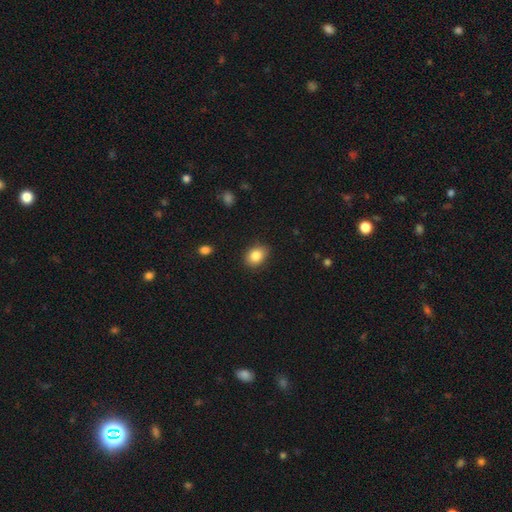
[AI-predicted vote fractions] This appears to be a smooth galaxy with no disk features (85%) that is in between round and cigar-shaped (63%). Merging: none (83%).